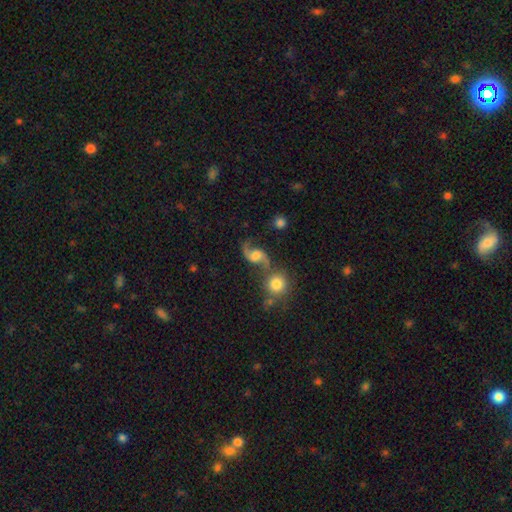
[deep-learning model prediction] Overall: featured or disk (82%). Edge-on disk: no (97%). Bar: no (50%; weak 40%). Spiral arms: yes (96%). Spiral arm count: 2 (94%). Spiral winding: loose (78%). Bulge size: moderate (51%; large 24%). Merging: none (58%; merger 19%).